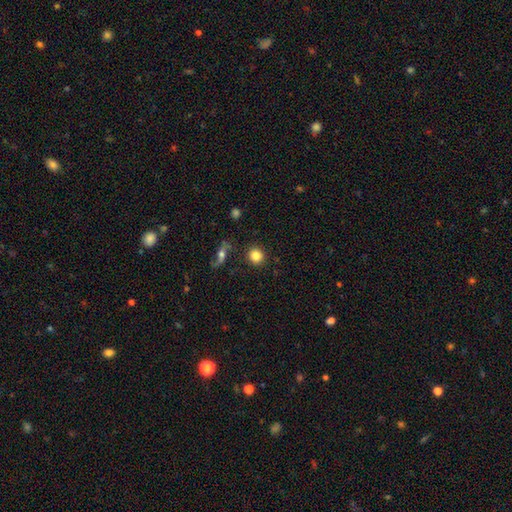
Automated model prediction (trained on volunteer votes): Smooth or featured? Predicted: smooth (p=0.82). How rounded? Predicted: round (p=0.89). Merging? Predicted: none (p=0.87).